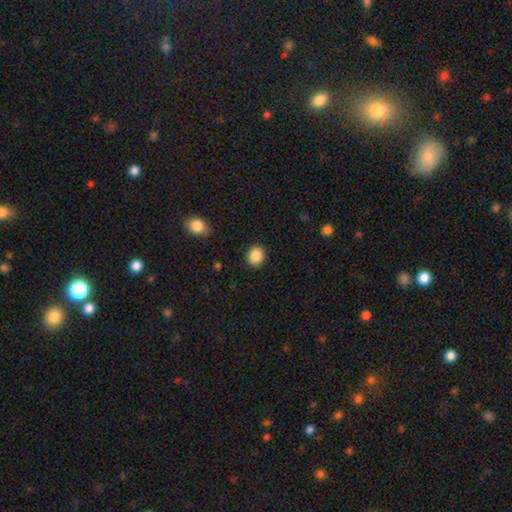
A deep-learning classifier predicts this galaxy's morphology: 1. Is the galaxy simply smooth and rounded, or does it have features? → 88% smooth, 9% star or artifact, 4% featured or disk.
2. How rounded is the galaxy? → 62% round, 37% in between, 1% cigar-shaped.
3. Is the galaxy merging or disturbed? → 89% none, 8% minor disturbance, 2% major disturbance, 1% merger.